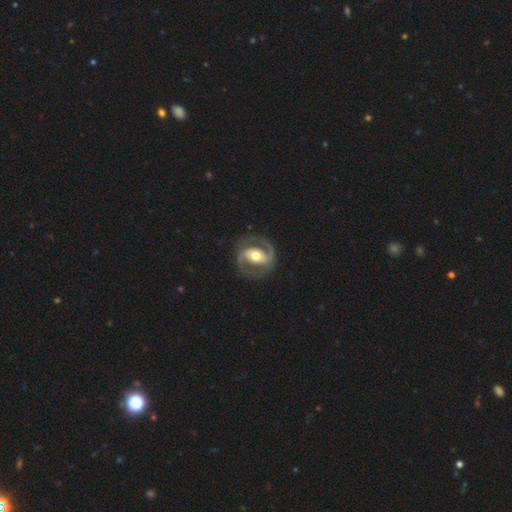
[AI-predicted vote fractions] A featured or disk galaxy (87%) with a strong bar (38%), 2 (92%) medium (54%) spiral arms (92%) and a moderate central bulge (69%). Merging: none (82%).